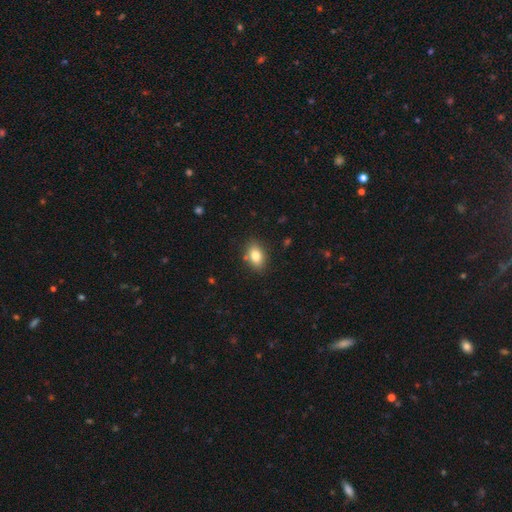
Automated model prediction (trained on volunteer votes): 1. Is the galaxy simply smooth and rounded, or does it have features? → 82% smooth, 10% featured or disk, 9% star or artifact.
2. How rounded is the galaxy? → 84% in between, 14% round, 2% cigar-shaped.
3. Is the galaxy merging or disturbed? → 83% none, 11% minor disturbance, 3% merger, 3% major disturbance.